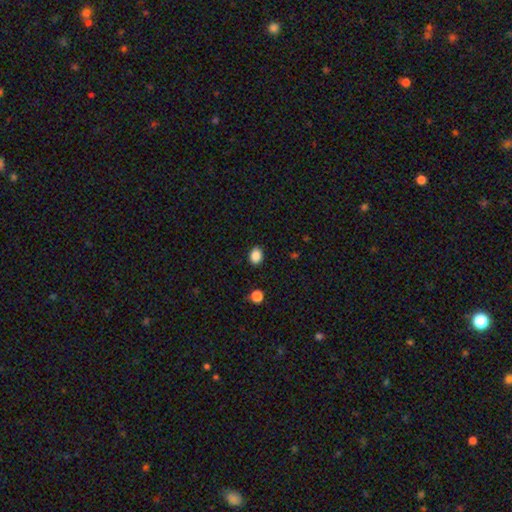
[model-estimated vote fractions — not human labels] Morphology: type=smooth (88%); roundness=in between (61%); merging=none (87%).